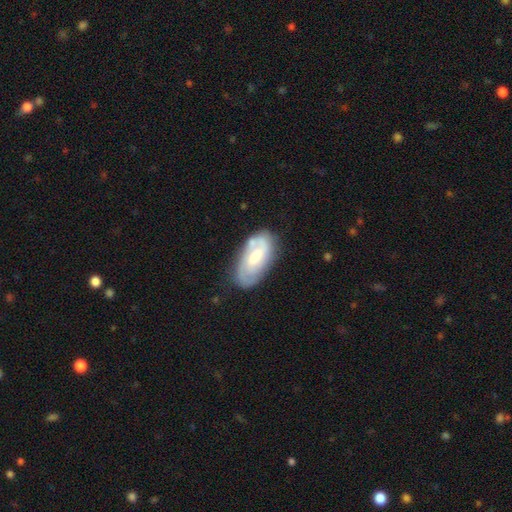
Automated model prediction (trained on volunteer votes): Smooth or featured: featured or disk — 58% (smooth — 36%)
Edge-on disk: no — 93% (yes — 7%)
Bar: weak — 46% (no — 39%)
Spiral arms: yes — 77% (no — 23%)
Bulge size: moderate — 45% (small — 28%)
Merging: none — 67% (minor disturbance — 21%)